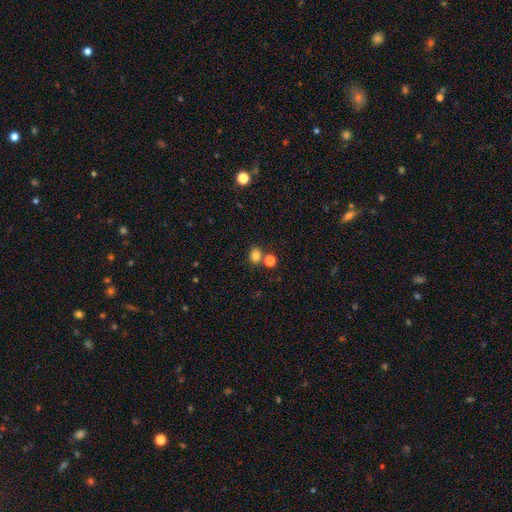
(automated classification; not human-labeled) smooth-or-featured: smooth: 81% | star or artifact: 14% | featured or disk: 5%
  how-rounded: round: 61% | in between: 38% | cigar-shaped: 1%
  merging: none: 68% | merger: 19% | minor disturbance: 9% | major disturbance: 3%